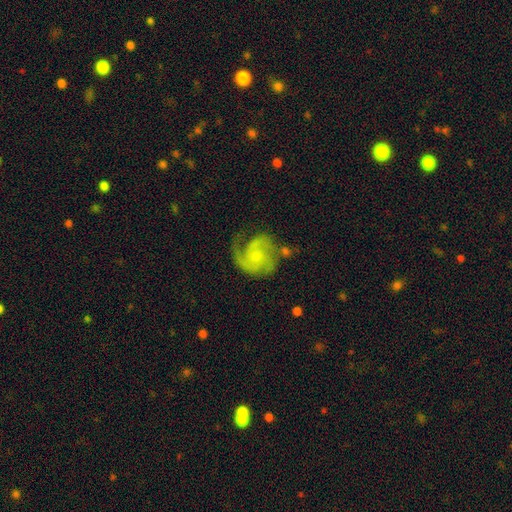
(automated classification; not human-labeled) Morphology: type=featured or disk (82%); edge-on=no (98%); bar=no (70%); spiral arms=yes (96%); winding=medium (46%); arm count=2 (51%); bulge=small (54%); merging=none (59%).